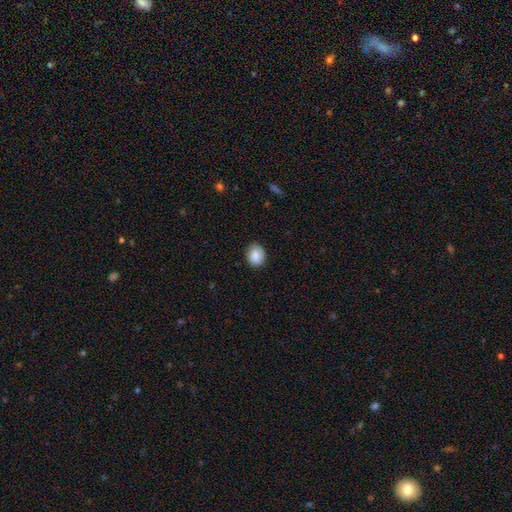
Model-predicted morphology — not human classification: smooth_or_featured: smooth (p=0.87) [alt: star or artifact p=0.08]
how_rounded: round (p=0.59) [alt: in between p=0.40]
merging: none (p=0.85) [alt: minor disturbance p=0.12]